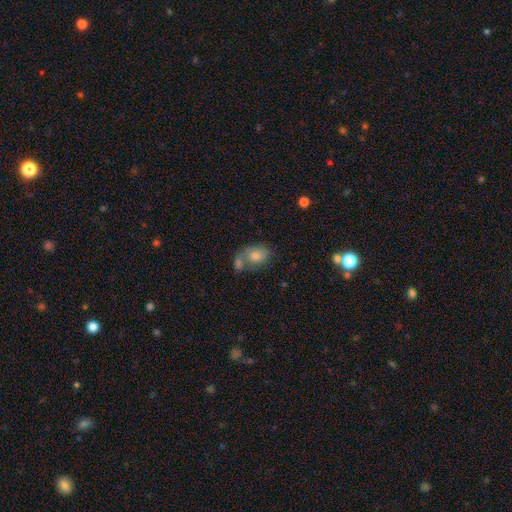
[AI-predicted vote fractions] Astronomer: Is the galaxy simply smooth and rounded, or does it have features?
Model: smooth — 73%.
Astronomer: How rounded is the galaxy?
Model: in between — 73%.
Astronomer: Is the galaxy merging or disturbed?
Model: merger — 45% (runner-up: none, 30%).